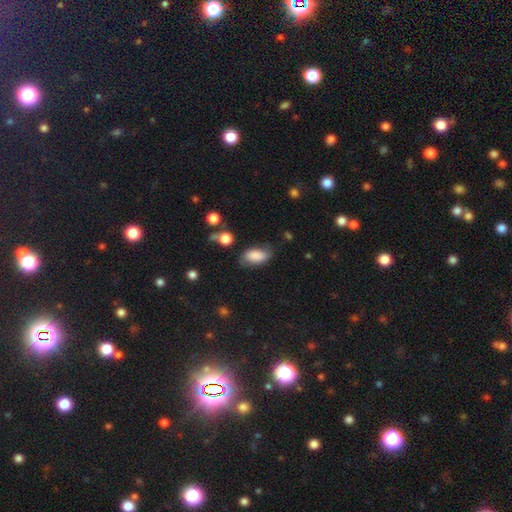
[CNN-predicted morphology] smooth_or_featured: smooth (p=0.82) [alt: featured or disk p=0.10]
how_rounded: in between (p=0.92) [alt: round p=0.04]
merging: none (p=0.62) [alt: minor disturbance p=0.26]